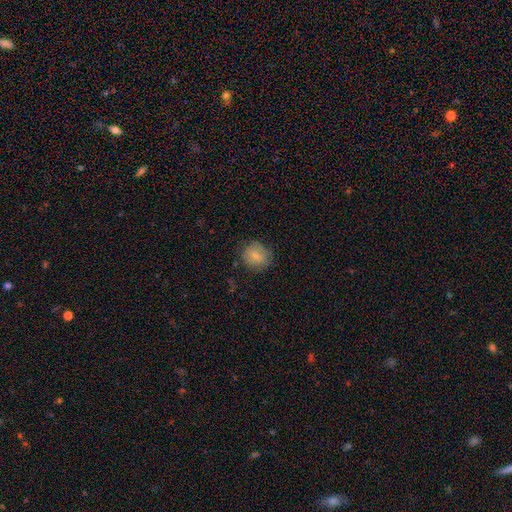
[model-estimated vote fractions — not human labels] A smooth galaxy with no disk features (75%) that is round (78%).

Vote fractions:
- Smooth or featured? smooth: 75% / featured or disk: 17% / star or artifact: 8%
- How rounded? round: 78% / in between: 22% / cigar-shaped: 1%
- Merging? none: 74% / minor disturbance: 19% / major disturbance: 6% / merger: 1%